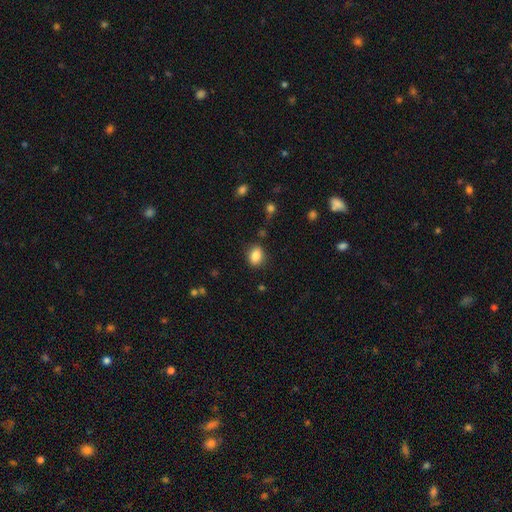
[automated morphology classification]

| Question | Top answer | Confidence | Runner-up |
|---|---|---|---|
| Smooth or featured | smooth | 86% | star or artifact (9%) |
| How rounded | in between | 57% | round (42%) |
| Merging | none | 85% | minor disturbance (10%) |